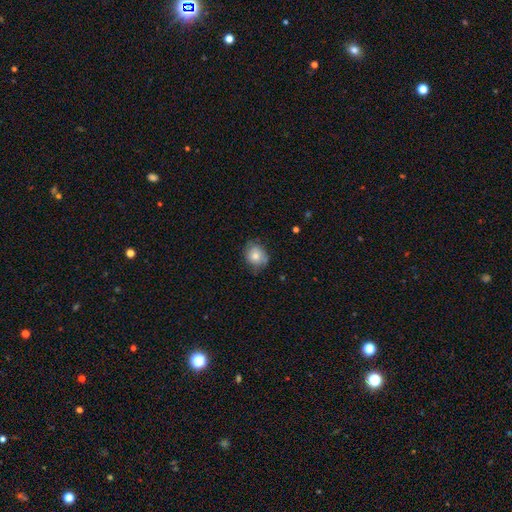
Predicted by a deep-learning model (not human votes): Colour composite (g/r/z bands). It shows a smooth galaxy with no disk features (73%) that is round (65%). Merging: none (68%).